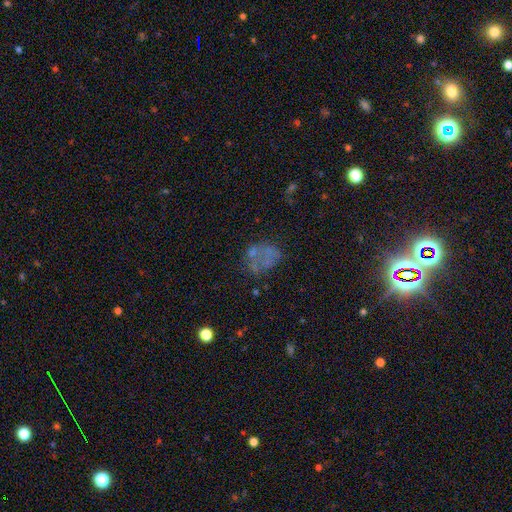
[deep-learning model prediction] Smooth or featured?
  - featured or disk: 41% *
  - smooth: 38%
  - star or artifact: 20%
Merging?
  - none: 43% *
  - major disturbance: 22%
  - minor disturbance: 19%
  - merger: 15%